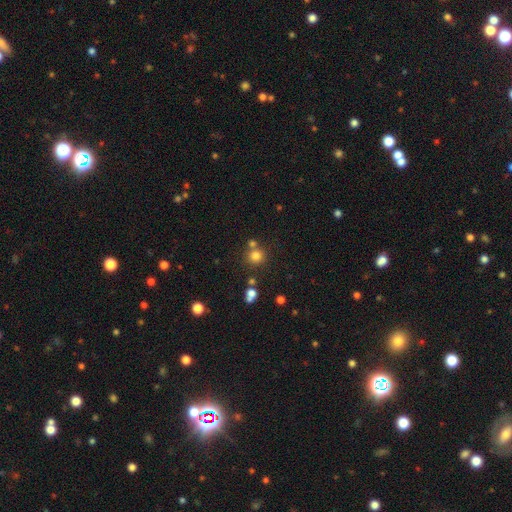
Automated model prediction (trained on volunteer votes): The model was most divided on "merging": none: 70%, merger: 19%, minor disturbance: 8%, major disturbance: 3%. More confident: how rounded — round (90%); smooth or featured — smooth (77%).